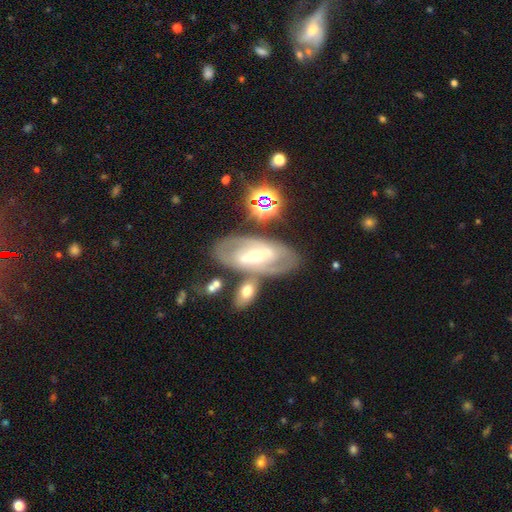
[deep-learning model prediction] Q: Smooth or featured?
A: featured or disk (77%); runner-up: smooth (15%)
Q: Edge-on disk?
A: no (91%); runner-up: yes (9%)
Q: Bar?
A: weak (37%); runner-up: strong (35%)
Q: Spiral arms?
A: yes (71%); runner-up: no (29%)
Q: Spiral winding?
A: tight (51%); runner-up: medium (36%)
Q: Spiral arm count?
A: 2 (59%); runner-up: can't tell (30%)
Q: Bulge size?
A: moderate (54%); runner-up: small (40%)
Q: Merging?
A: none (69%); runner-up: minor disturbance (14%)